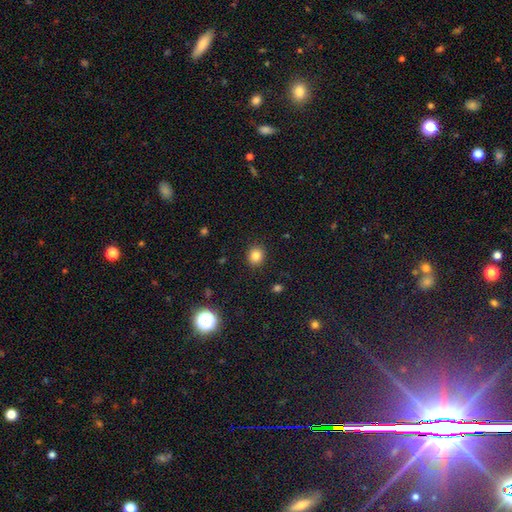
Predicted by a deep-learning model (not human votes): smooth_or_featured: smooth (p=0.83) [alt: star or artifact p=0.12]
how_rounded: round (p=0.78) [alt: in between p=0.21]
merging: none (p=0.90) [alt: minor disturbance p=0.06]